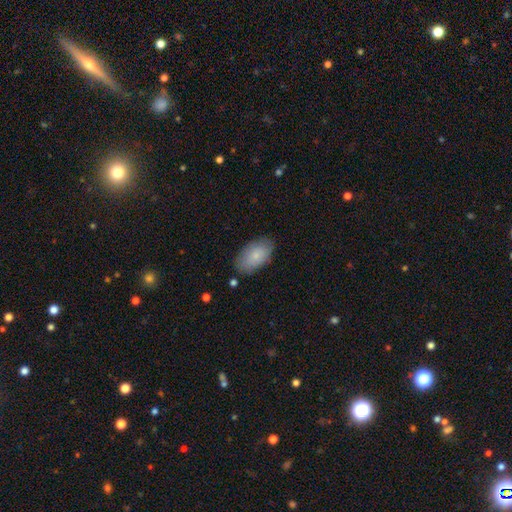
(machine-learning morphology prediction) Q: Smooth or featured?
A: smooth (80%); runner-up: featured or disk (14%)
Q: How rounded?
A: in between (94%); runner-up: round (4%)
Q: Merging?
A: none (79%); runner-up: minor disturbance (16%)